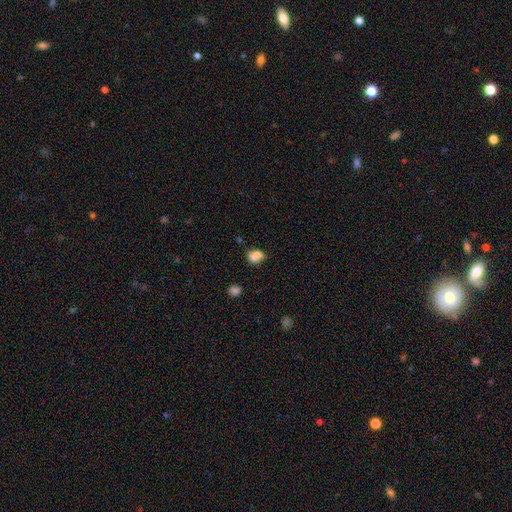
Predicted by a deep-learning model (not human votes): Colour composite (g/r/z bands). It shows a smooth galaxy with no disk features (68%) that is in between round and cigar-shaped (50%). Merging: merger (58%).